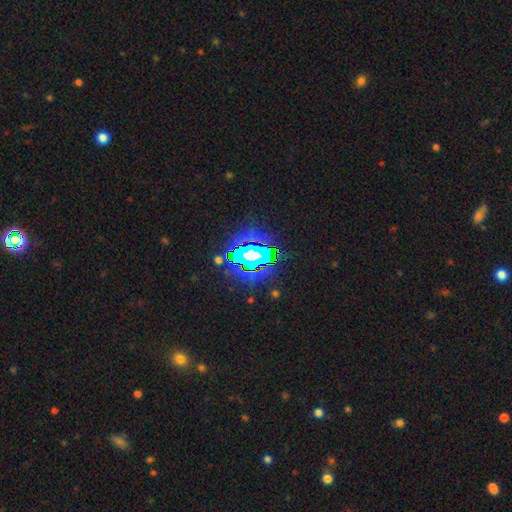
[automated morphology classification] A star or artifact, not a galaxy (74%).

Vote fractions:
- Smooth or featured? star or artifact: 74% / featured or disk: 13% / smooth: 13%